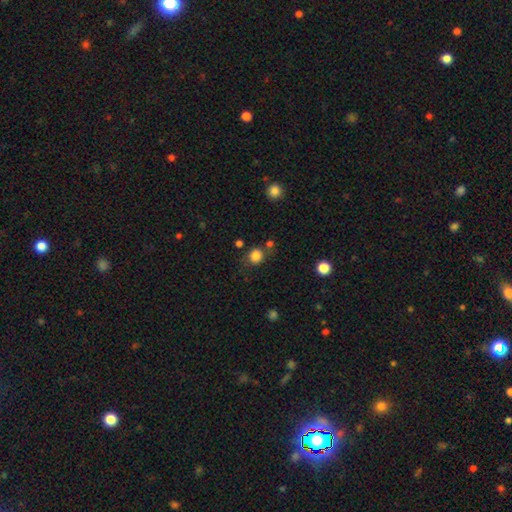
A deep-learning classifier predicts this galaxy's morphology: Smooth or featured?
  - smooth: 83% *
  - star or artifact: 12%
  - featured or disk: 5%
How rounded?
  - round: 84% *
  - in between: 15%
  - cigar-shaped: 1%
Merging?
  - none: 74% *
  - minor disturbance: 13%
  - merger: 7%
  - major disturbance: 5%